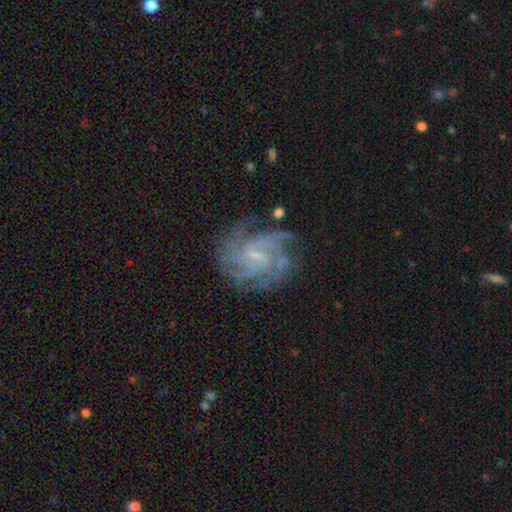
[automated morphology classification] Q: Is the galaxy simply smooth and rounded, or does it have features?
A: featured or disk — 86%.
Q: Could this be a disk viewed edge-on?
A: no — 98%.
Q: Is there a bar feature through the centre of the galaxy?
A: weak — 55%.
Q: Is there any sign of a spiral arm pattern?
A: yes — 97%.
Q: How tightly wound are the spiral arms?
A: tight — 57%.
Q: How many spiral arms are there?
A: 4 — 30%.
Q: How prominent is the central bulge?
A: small — 63%.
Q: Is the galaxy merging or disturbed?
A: none — 74%.